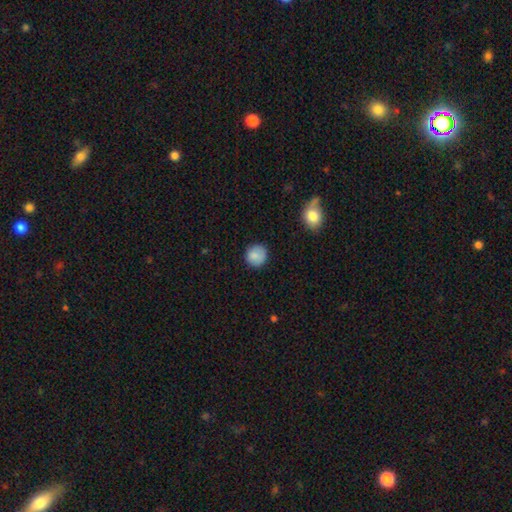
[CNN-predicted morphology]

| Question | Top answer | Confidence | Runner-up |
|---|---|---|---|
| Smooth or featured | smooth | 87% | star or artifact (8%) |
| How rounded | round | 91% | in between (8%) |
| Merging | none | 85% | minor disturbance (11%) |